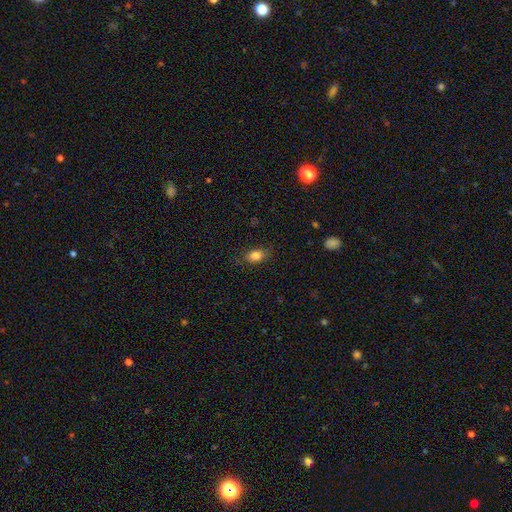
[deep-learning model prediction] Overall: smooth (82%). How rounded: in between (82%). Merging: none (83%).